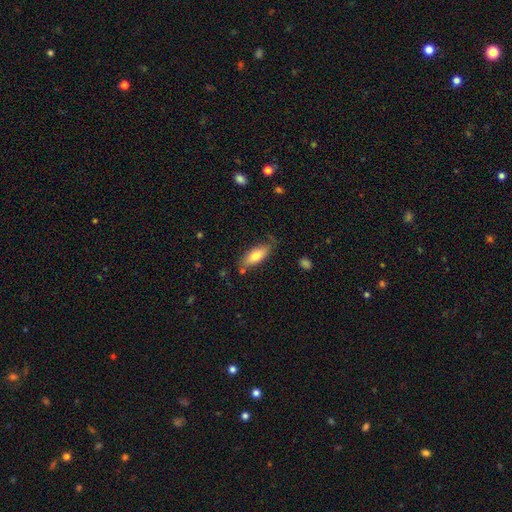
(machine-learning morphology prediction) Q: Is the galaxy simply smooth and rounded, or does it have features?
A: smooth — 73%.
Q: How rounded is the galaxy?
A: in between — 77%.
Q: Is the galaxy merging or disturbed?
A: none — 72%.